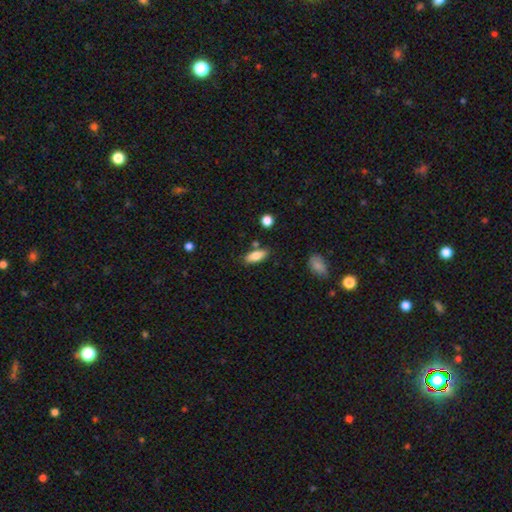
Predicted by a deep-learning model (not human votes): This appears to be a smooth galaxy with no disk features (81%) that is in between round and cigar-shaped (78%). Merging: none (77%).